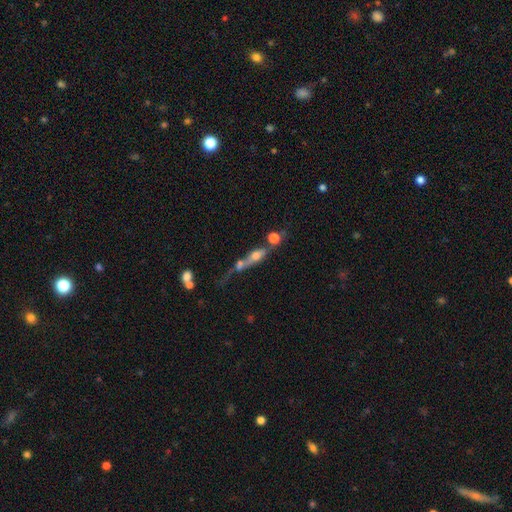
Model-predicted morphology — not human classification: A smooth galaxy with no disk features (46%).

Vote fractions:
- Smooth or featured? smooth: 46% / featured or disk: 39% / star or artifact: 15%
- Merging? merger: 53% / none: 23% / major disturbance: 14% / minor disturbance: 10%